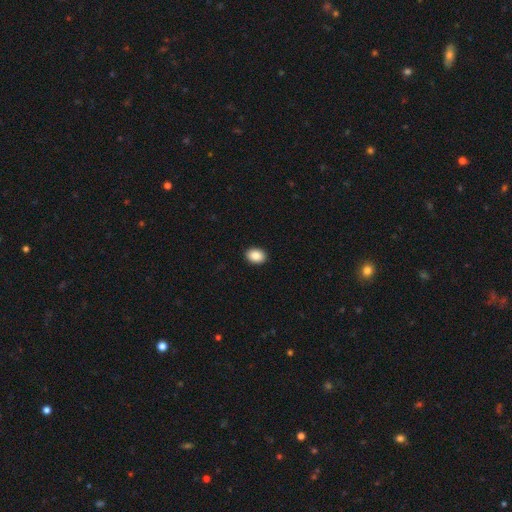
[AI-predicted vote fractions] Smooth or featured? Predicted: smooth (p=0.89). How rounded? Predicted: in between (p=0.71). Merging? Predicted: none (p=0.92).